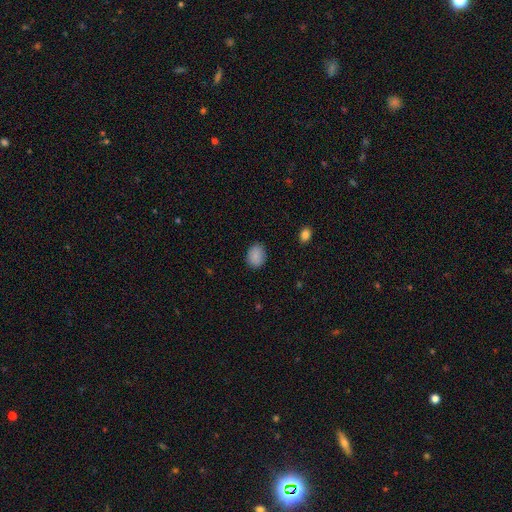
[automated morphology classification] smooth 88%, star or artifact 8%, featured or disk 4%. Down the decision tree: how rounded — in between (62%); merging — none (86%).